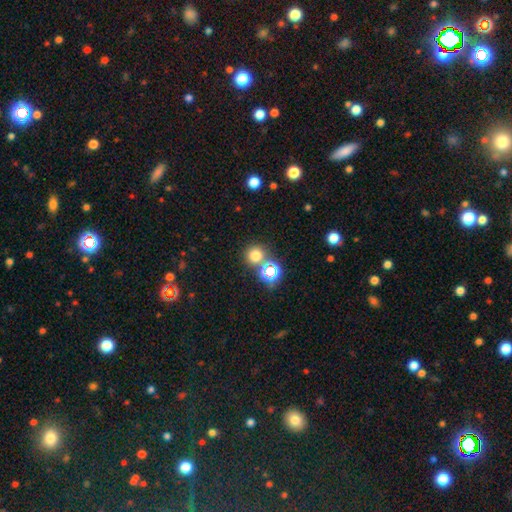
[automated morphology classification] The model was most divided on "smooth or featured": smooth: 70%, star or artifact: 24%, featured or disk: 7%. More confident: how rounded — round (90%); merging — none (73%).